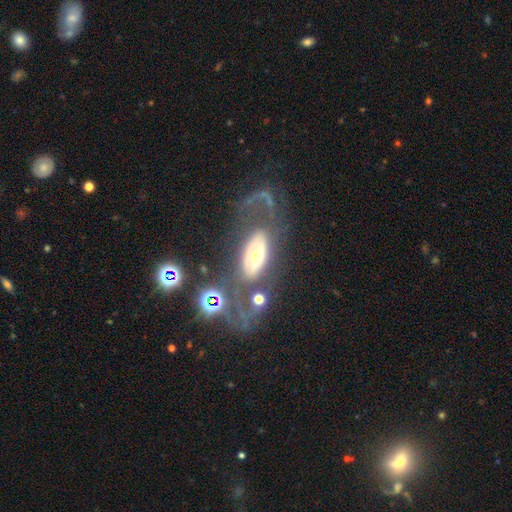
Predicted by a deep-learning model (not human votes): This appears to be a featured or disk galaxy (60%) with no bar (73%), no spiral arms (58%) and a moderate central bulge (53%). Merging: none (46%).